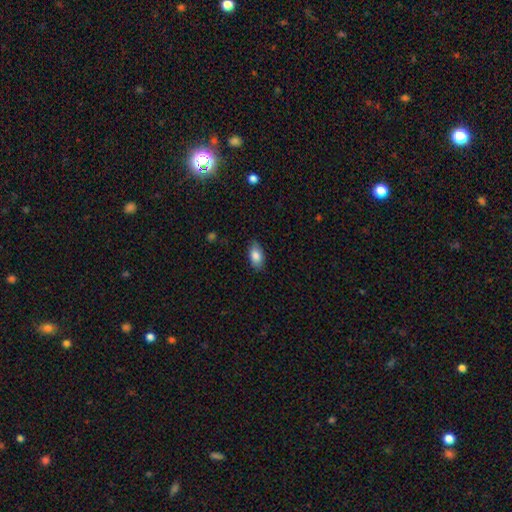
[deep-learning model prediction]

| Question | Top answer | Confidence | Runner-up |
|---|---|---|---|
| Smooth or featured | smooth | 84% | featured or disk (9%) |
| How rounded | in between | 92% | round (5%) |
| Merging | none | 83% | minor disturbance (14%) |